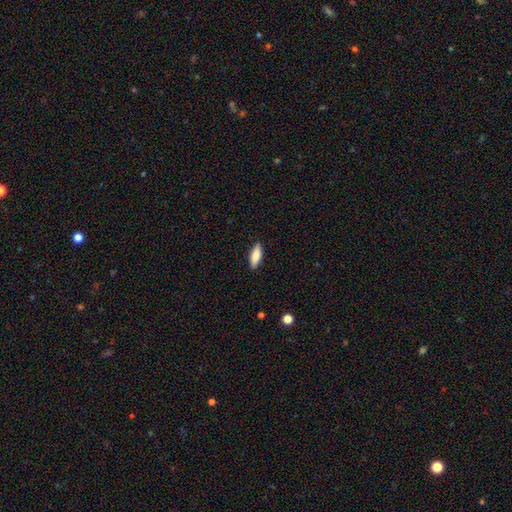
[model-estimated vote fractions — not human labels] The model was most divided on "how rounded": in between: 58%, cigar-shaped: 40%, round: 2%. More confident: merging — none (89%); smooth or featured — smooth (79%).